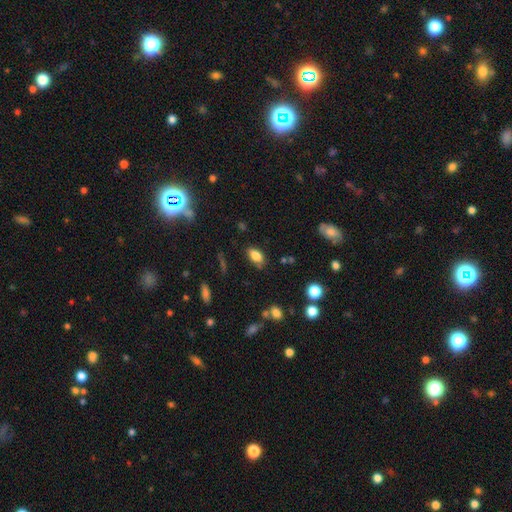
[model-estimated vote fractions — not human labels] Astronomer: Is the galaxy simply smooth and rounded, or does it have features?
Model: smooth — 82%.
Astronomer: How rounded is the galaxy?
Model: in between — 90%.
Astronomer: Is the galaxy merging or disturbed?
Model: none — 79%.